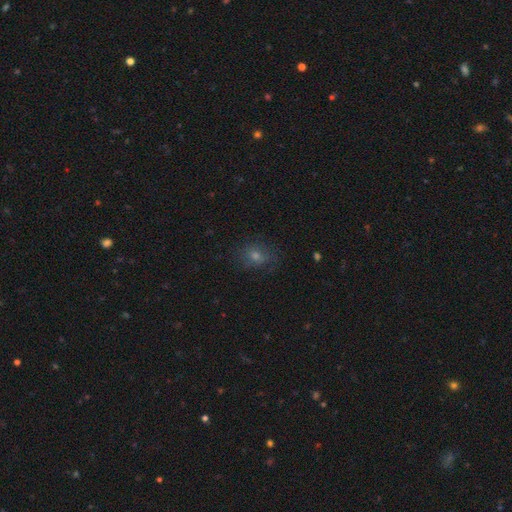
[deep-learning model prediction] Overall: smooth (54%; star or artifact 28%). How rounded: round (54%; in between 44%). Merging: none (78%).